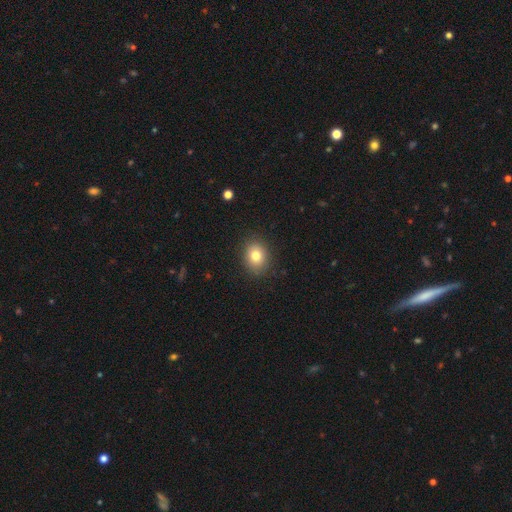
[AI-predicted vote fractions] A smooth galaxy with no disk features (80%) that is round (55%).

Vote fractions:
- Smooth or featured? smooth: 80% / star or artifact: 11% / featured or disk: 9%
- How rounded? round: 55% / in between: 44% / cigar-shaped: 1%
- Merging? none: 89% / minor disturbance: 8% / major disturbance: 2% / merger: 1%